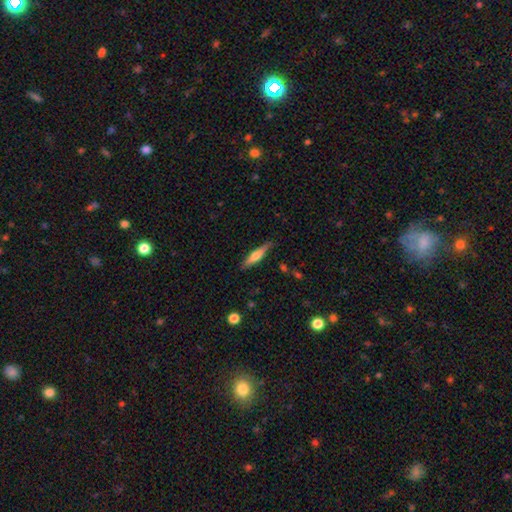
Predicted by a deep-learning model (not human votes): Q: Smooth or featured?
A: smooth (52%); runner-up: featured or disk (42%)
Q: How rounded?
A: cigar-shaped (82%); runner-up: in between (16%)
Q: Merging?
A: none (85%); runner-up: minor disturbance (12%)